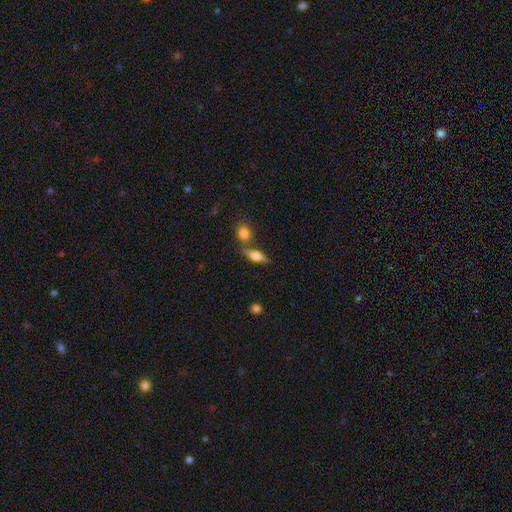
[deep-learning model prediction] Smooth or featured?
  - featured or disk: 49% *
  - smooth: 42%
  - star or artifact: 9%
Merging?
  - none: 63% *
  - merger: 22%
  - minor disturbance: 11%
  - major disturbance: 4%